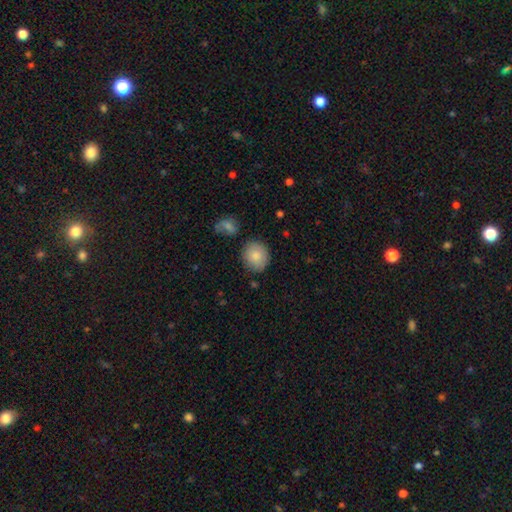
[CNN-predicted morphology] smooth-or-featured: smooth: 85% | featured or disk: 8% | star or artifact: 7%
  how-rounded: round: 81% | in between: 18% | cigar-shaped: 1%
  merging: none: 81% | minor disturbance: 12% | merger: 5% | major disturbance: 3%